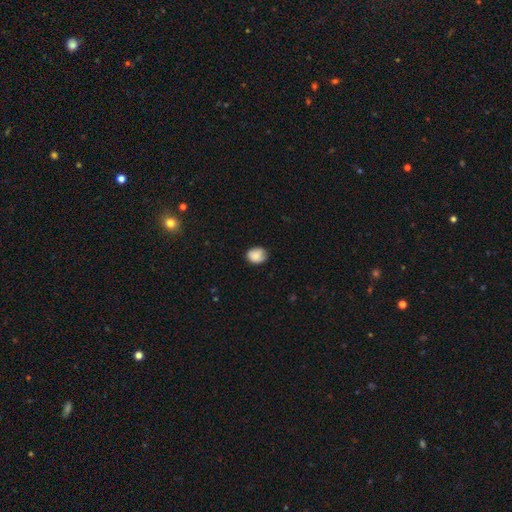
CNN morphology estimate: smooth-or-featured: smooth: 84% | star or artifact: 8% | featured or disk: 8%
  how-rounded: round: 57% | in between: 42% | cigar-shaped: 1%
  merging: none: 74% | minor disturbance: 22% | major disturbance: 3% | merger: 1%